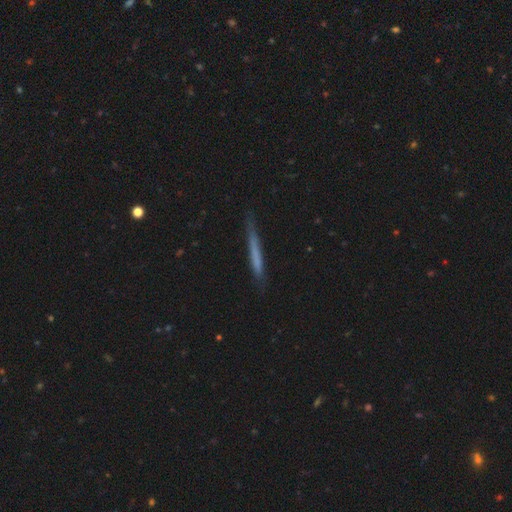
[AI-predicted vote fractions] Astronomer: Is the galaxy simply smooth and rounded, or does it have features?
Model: smooth — 55% (runner-up: featured or disk, 37%).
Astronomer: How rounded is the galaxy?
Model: cigar-shaped — 96%.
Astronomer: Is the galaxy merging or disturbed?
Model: none — 77%.